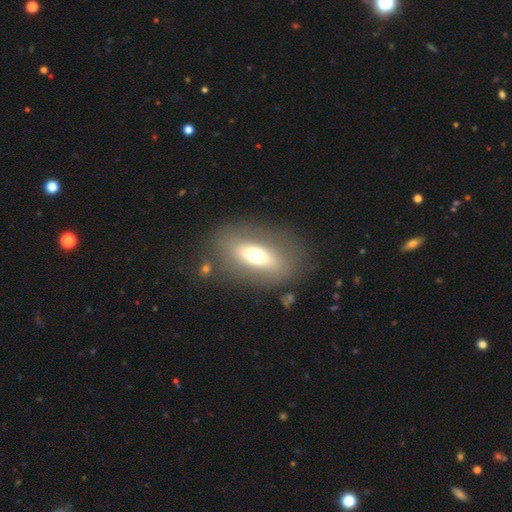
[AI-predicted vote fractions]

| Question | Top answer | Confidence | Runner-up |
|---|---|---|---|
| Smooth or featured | smooth | 57% | featured or disk (33%) |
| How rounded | in between | 80% | round (11%) |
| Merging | none | 76% | minor disturbance (12%) |